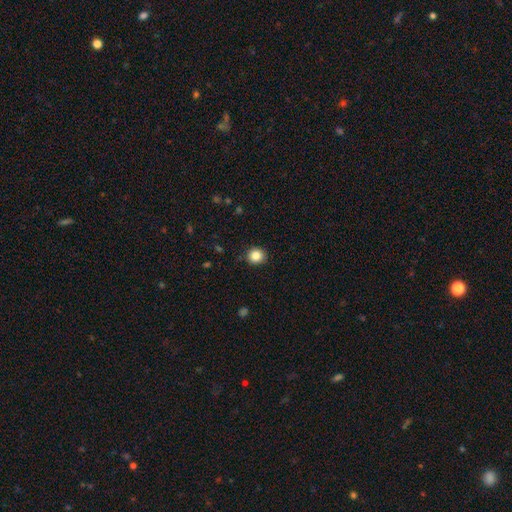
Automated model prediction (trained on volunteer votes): smooth 84%, star or artifact 10%, featured or disk 5%. Down the decision tree: how rounded — round (88%); merging — none (89%).